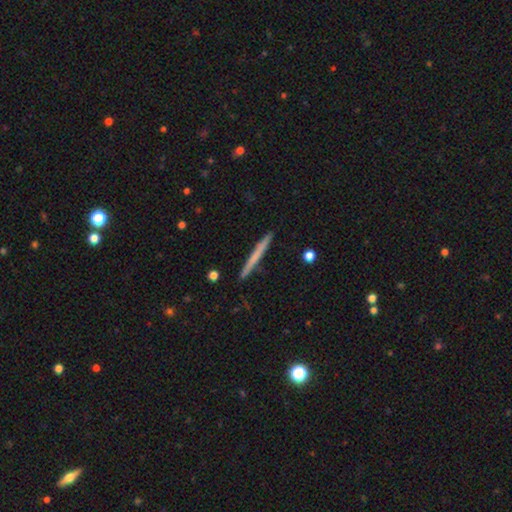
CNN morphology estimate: type=smooth (57%); roundness=cigar-shaped (97%); merging=none (92%).